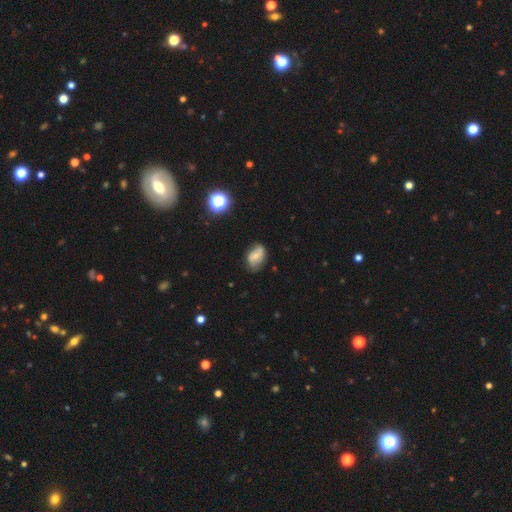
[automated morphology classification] The model was most divided on "smooth or featured": featured or disk: 49%, smooth: 41%, star or artifact: 10%. More confident: merging — none (68%).